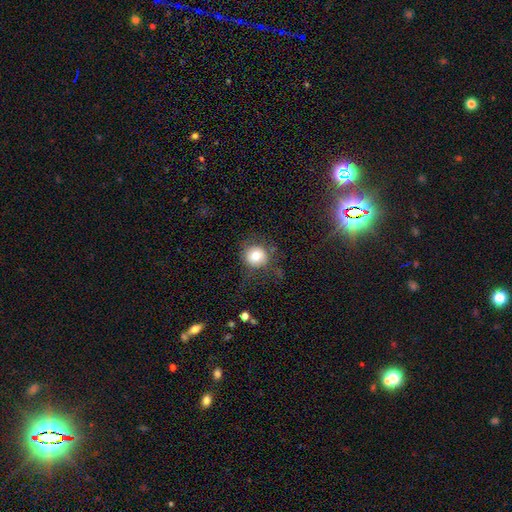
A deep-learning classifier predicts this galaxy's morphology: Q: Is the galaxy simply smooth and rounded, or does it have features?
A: smooth — 72%.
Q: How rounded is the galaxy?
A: round — 92%.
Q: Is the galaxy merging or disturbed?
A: none — 73%.